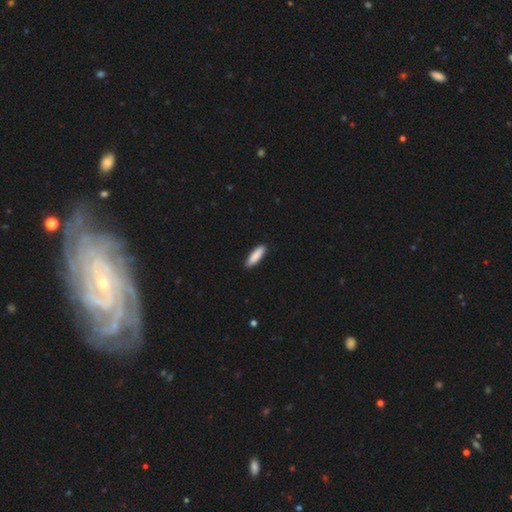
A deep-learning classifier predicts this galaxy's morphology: The model was most divided on "how rounded": cigar-shaped: 64%, in between: 34%, round: 1%. More confident: merging — none (89%); smooth or featured — smooth (88%).